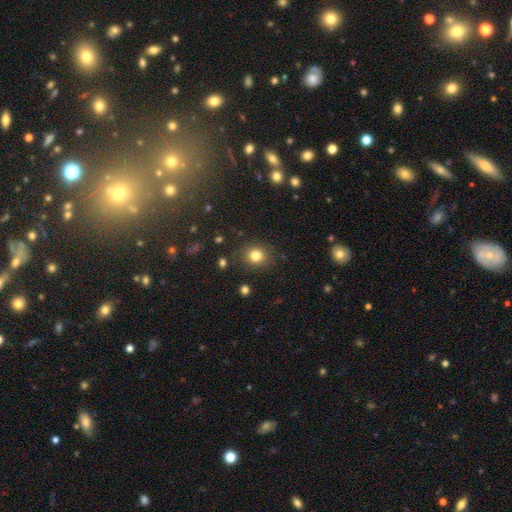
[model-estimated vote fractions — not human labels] Smooth or featured: smooth — 81% (star or artifact — 12%)
How rounded: round — 79% (in between — 20%)
Merging: none — 87% (minor disturbance — 8%)